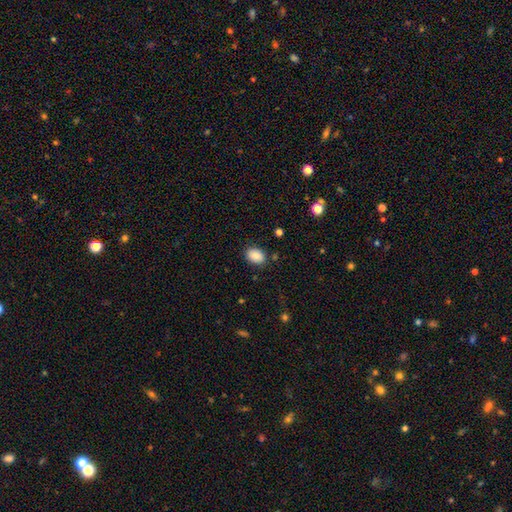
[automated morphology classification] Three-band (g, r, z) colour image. It shows a smooth galaxy with no disk features (87%) that is in between round and cigar-shaped (75%). Merging: none (84%).